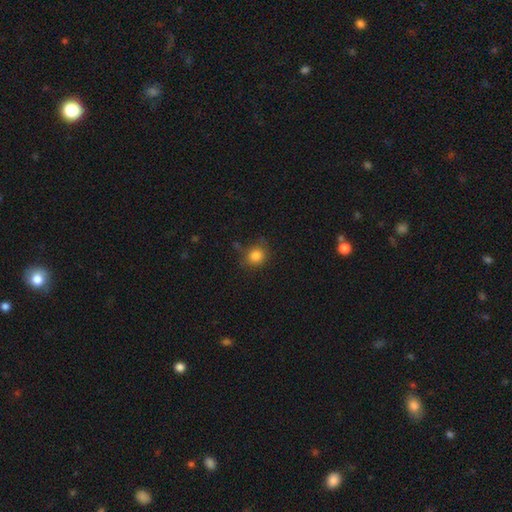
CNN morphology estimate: A smooth galaxy with no disk features (83%) that is round (79%). Merging: none (70%).